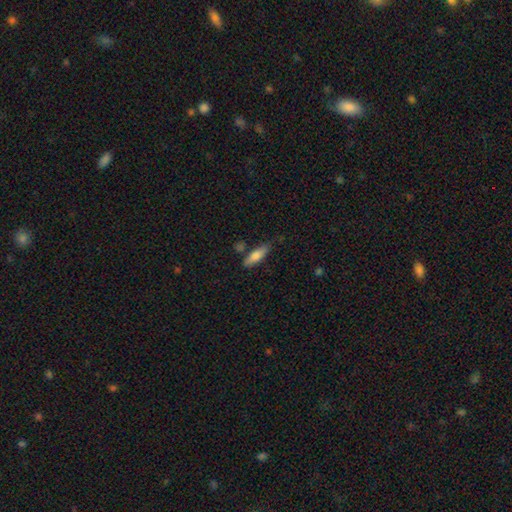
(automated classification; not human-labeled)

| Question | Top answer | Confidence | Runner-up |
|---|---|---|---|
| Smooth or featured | smooth | 76% | featured or disk (18%) |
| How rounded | cigar-shaped | 53% | in between (45%) |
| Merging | none | 72% | minor disturbance (17%) |